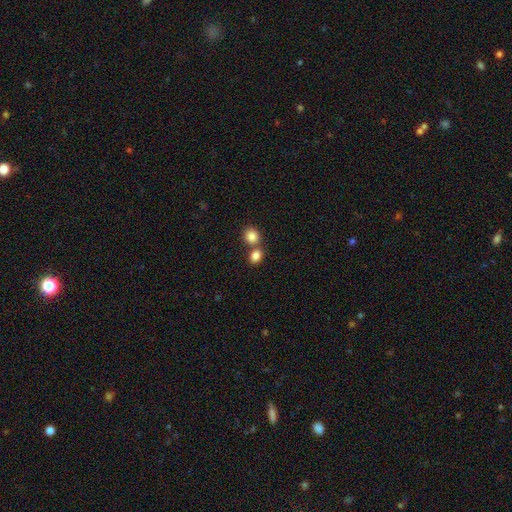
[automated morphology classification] This is clearly a smooth galaxy (84%). How rounded: possibly round (51%). Merging: possibly none (48%).